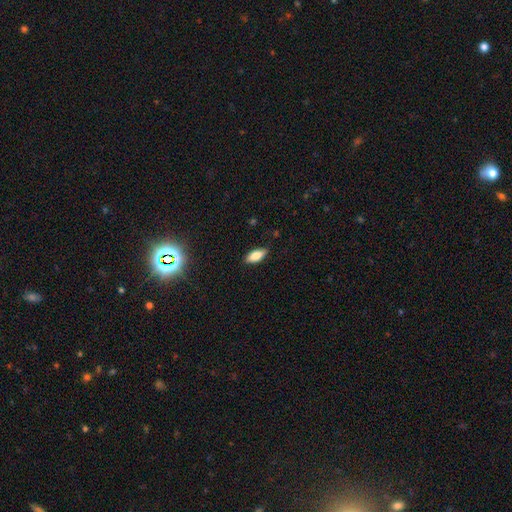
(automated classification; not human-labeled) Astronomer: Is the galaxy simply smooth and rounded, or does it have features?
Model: smooth — 81%.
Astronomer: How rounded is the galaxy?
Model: in between — 82%.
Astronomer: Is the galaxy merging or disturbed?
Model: none — 86%.